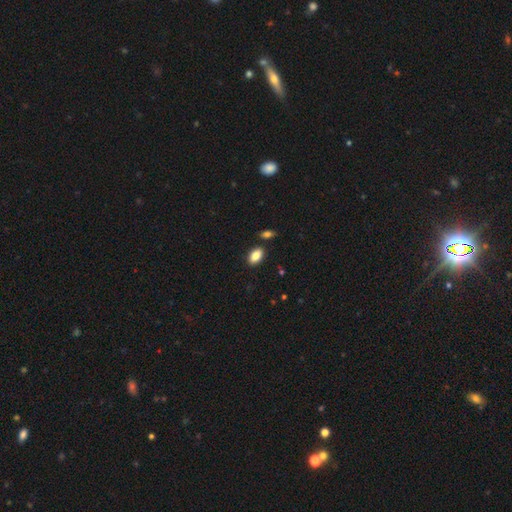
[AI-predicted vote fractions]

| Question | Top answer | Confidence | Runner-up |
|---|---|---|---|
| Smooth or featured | smooth | 85% | star or artifact (8%) |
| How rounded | in between | 92% | round (6%) |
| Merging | none | 84% | minor disturbance (9%) |